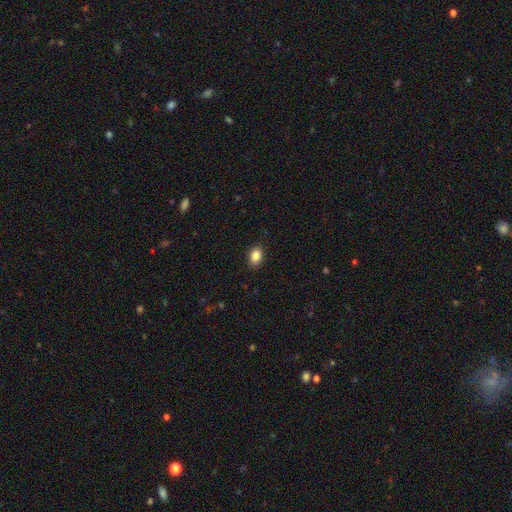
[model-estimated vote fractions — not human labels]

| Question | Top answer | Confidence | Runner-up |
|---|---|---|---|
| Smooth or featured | smooth | 86% | star or artifact (9%) |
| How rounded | in between | 81% | round (18%) |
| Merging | none | 89% | minor disturbance (8%) |